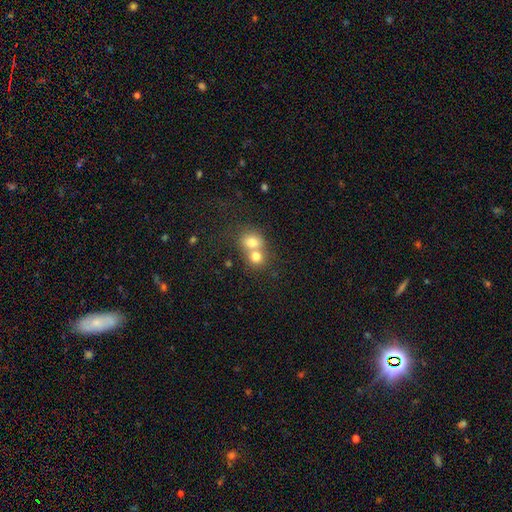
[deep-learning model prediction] Smooth or featured? smooth (72%)
How rounded? round (72%)
Merging? merger (66%)